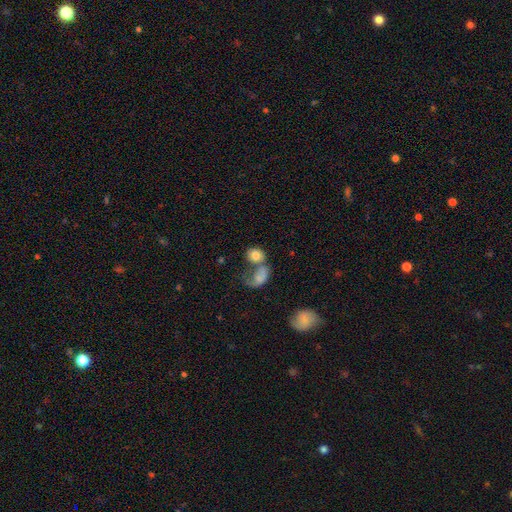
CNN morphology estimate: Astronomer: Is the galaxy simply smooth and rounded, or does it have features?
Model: smooth — 76%.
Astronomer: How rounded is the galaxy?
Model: round — 54% (runner-up: in between, 44%).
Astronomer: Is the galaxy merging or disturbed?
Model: merger — 49% (runner-up: none, 27%).